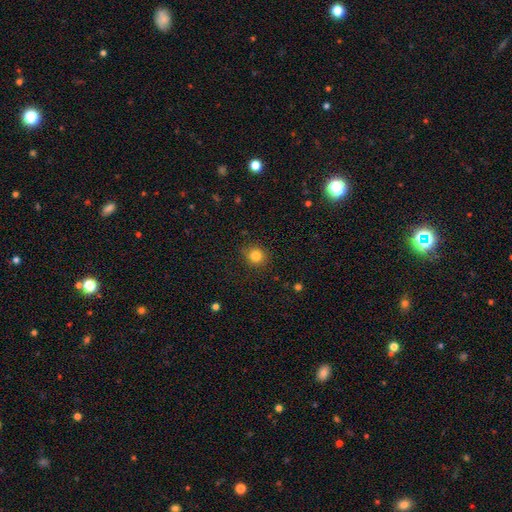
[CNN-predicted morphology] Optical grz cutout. It shows a smooth galaxy with no disk features (83%) that is round (89%). Merging: none (87%).